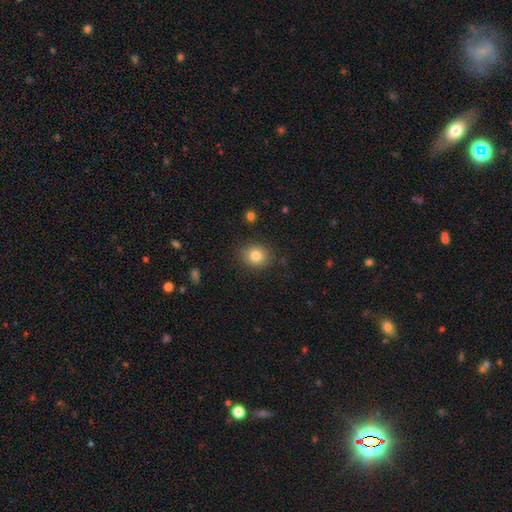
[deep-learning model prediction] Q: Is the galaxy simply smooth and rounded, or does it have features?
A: smooth — 82%.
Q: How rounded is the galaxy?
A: round — 74%.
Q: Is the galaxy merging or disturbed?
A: none — 86%.